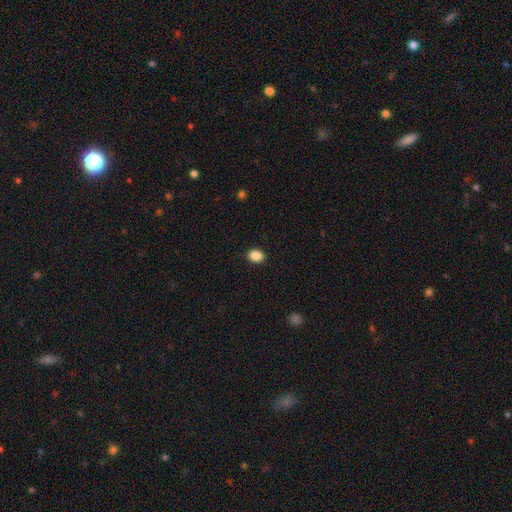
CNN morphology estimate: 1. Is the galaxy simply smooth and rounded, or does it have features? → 88% smooth, 9% star or artifact, 3% featured or disk.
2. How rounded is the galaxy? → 50% round, 49% in between, 1% cigar-shaped.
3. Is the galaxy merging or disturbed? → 90% none, 7% minor disturbance, 2% major disturbance, 1% merger.